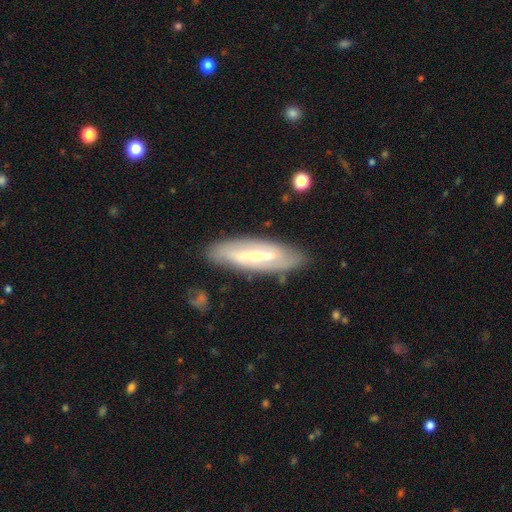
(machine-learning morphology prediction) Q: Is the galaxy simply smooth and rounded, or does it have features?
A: featured or disk — 75%.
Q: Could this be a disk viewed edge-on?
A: no — 76%.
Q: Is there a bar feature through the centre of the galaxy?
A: strong — 58%.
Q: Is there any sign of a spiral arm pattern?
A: yes — 68%.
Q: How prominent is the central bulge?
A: moderate — 51%.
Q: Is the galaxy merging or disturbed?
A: none — 83%.